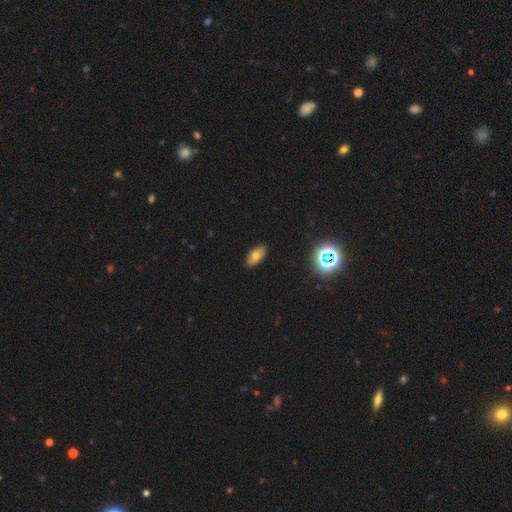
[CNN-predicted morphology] smooth 67%, featured or disk 19%, star or artifact 14%. Down the decision tree: how rounded — in between (91%); merging — none (88%).